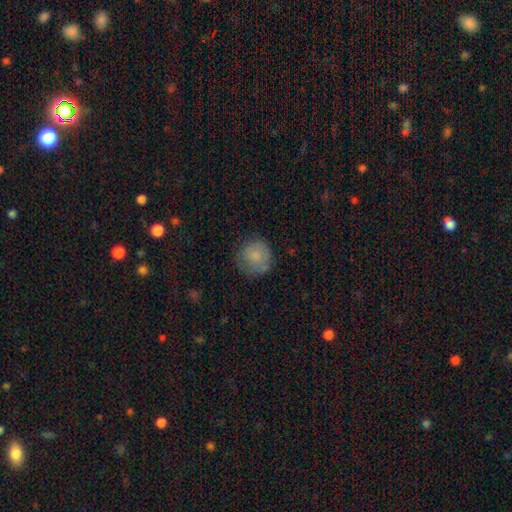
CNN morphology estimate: A smooth galaxy with no disk features (79%) that is round (90%). Merging: none (70%).